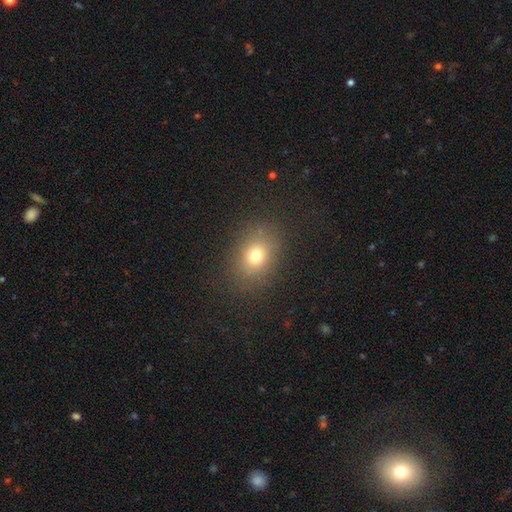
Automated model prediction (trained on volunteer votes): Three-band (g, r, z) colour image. It shows a smooth galaxy with no disk features (73%) that is in between round and cigar-shaped (56%). Merging: none (84%).